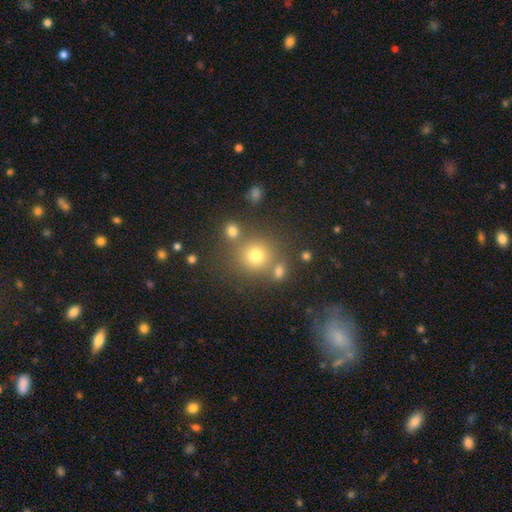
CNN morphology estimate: The model was most divided on "merging": none: 71%, merger: 15%, minor disturbance: 10%, major disturbance: 4%. More confident: how rounded — round (89%); smooth or featured — smooth (73%).